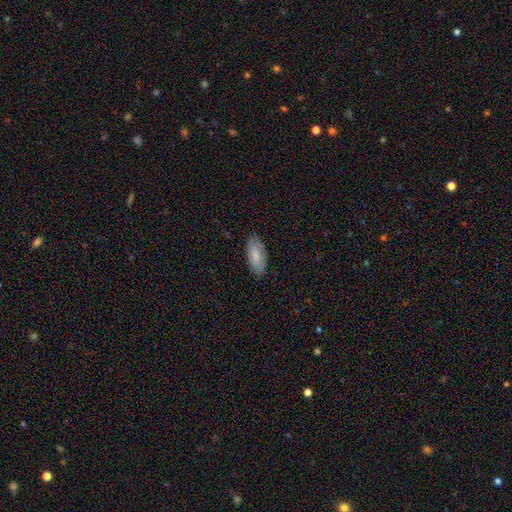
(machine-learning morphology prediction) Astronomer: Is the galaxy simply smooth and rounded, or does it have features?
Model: smooth — 77%.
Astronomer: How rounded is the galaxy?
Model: in between — 89%.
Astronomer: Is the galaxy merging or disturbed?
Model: none — 83%.